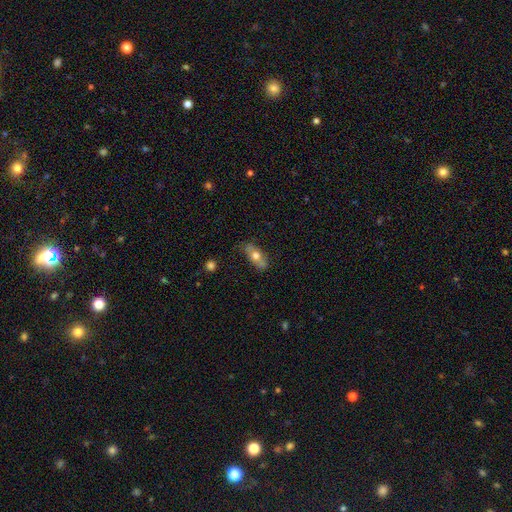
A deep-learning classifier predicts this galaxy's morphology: type=smooth (62%); roundness=in between (77%); merging=none (72%).